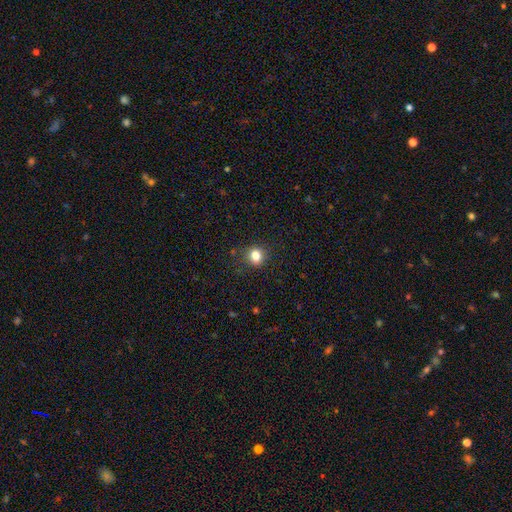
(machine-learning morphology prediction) Q: Smooth or featured?
A: smooth (82%); runner-up: star or artifact (12%)
Q: How rounded?
A: round (78%); runner-up: in between (21%)
Q: Merging?
A: none (87%); runner-up: minor disturbance (9%)